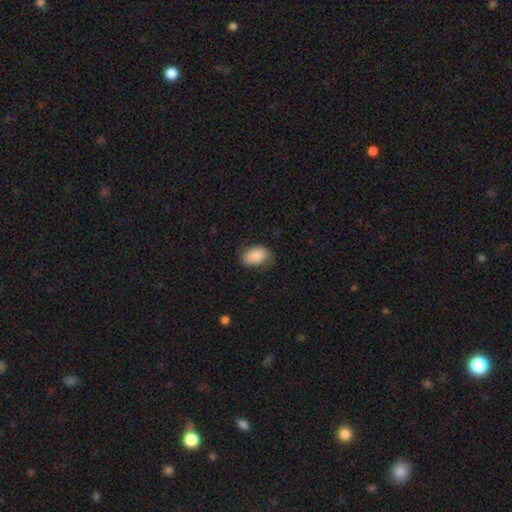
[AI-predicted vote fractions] smooth_or_featured: smooth (p=0.82) [alt: featured or disk p=0.11]
how_rounded: in between (p=0.90) [alt: round p=0.09]
merging: none (p=0.68) [alt: minor disturbance p=0.25]